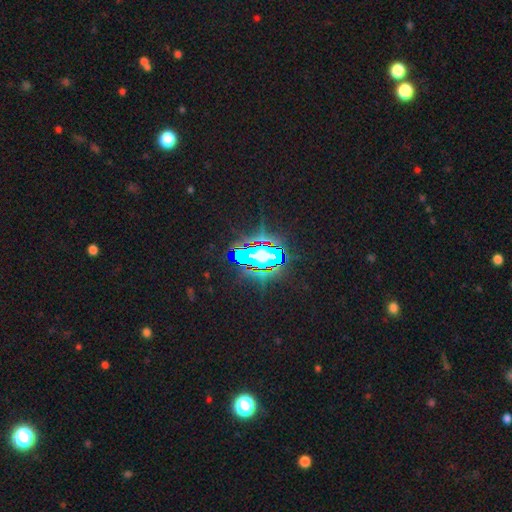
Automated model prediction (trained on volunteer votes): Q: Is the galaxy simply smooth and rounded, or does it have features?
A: star or artifact — 77%.